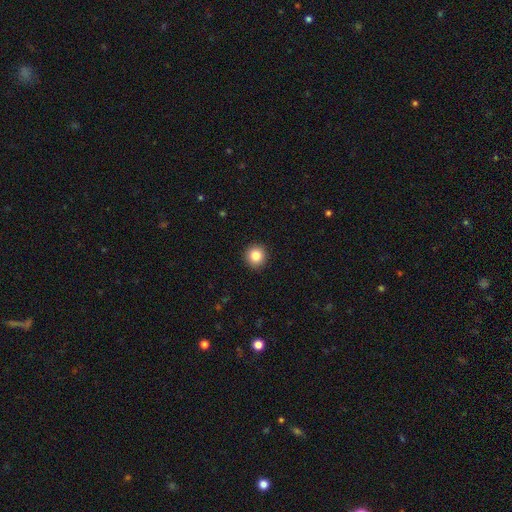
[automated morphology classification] Smooth or featured: smooth — 85% (star or artifact — 10%)
How rounded: round — 94% (in between — 5%)
Merging: none — 93% (minor disturbance — 5%)